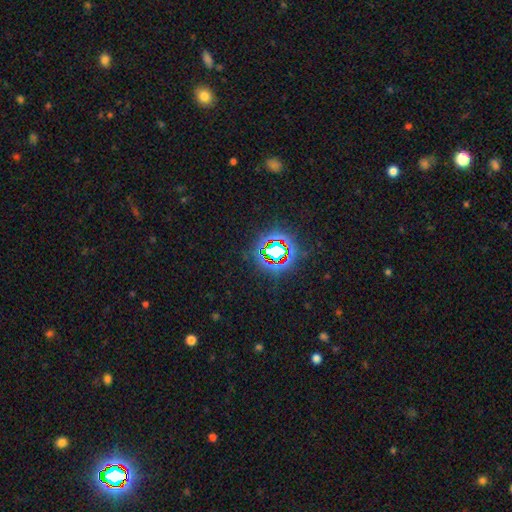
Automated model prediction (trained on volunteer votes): Smooth or featured? Predicted: star or artifact (p=0.82).